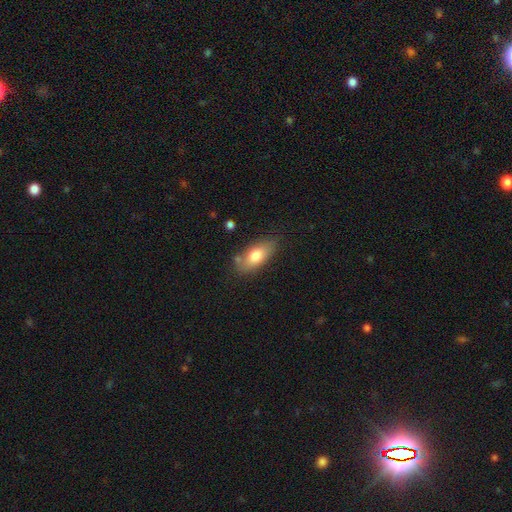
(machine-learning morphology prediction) Smooth or featured? Predicted: smooth (p=0.75). How rounded? Predicted: in between (p=0.86). Merging? Predicted: none (p=0.72).